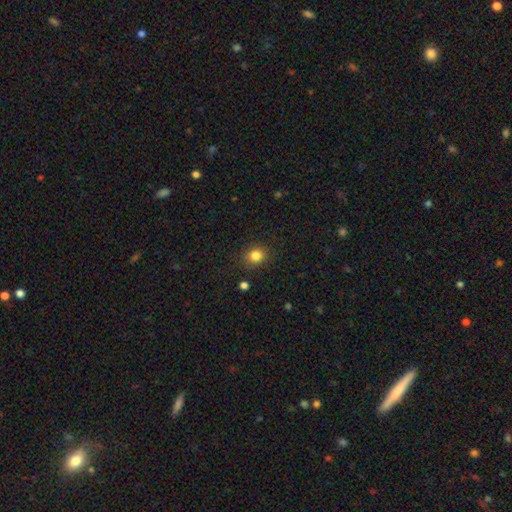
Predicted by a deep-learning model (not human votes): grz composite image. It shows a smooth galaxy with no disk features (83%) that is round (73%). Merging: none (87%).